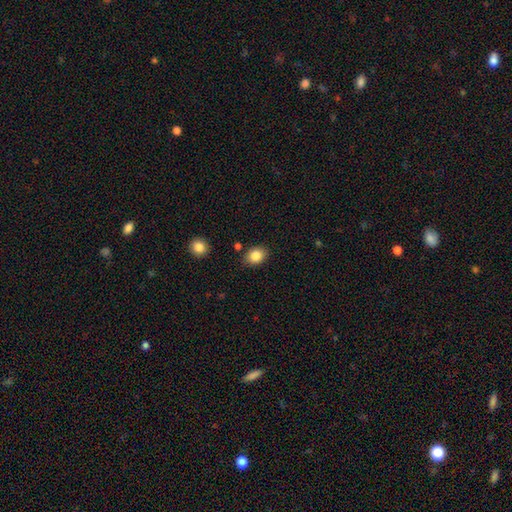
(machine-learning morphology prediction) Q: Smooth or featured?
A: smooth (85%); runner-up: star or artifact (9%)
Q: How rounded?
A: in between (62%); runner-up: round (37%)
Q: Merging?
A: none (82%); runner-up: minor disturbance (12%)